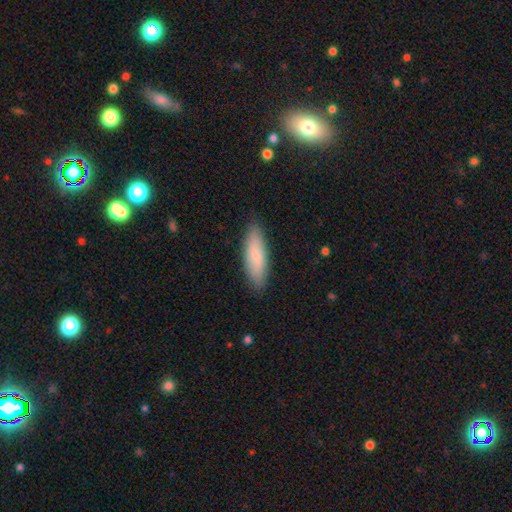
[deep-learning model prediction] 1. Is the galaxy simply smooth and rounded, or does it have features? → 80% smooth, 14% featured or disk, 5% star or artifact.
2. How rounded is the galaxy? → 53% cigar-shaped, 46% in between, 2% round.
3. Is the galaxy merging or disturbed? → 86% none, 11% minor disturbance, 2% major disturbance, 1% merger.